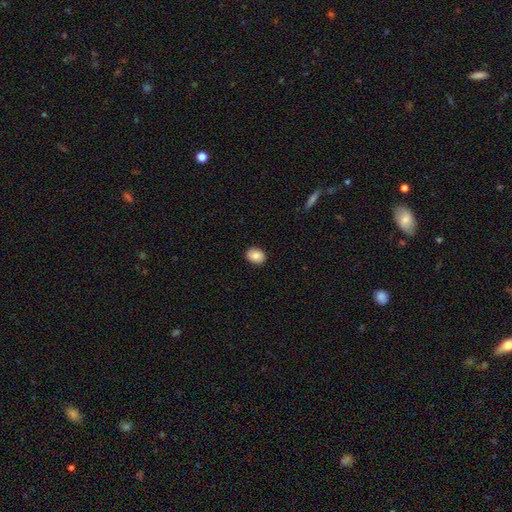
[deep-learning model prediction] Smooth or featured? Predicted: smooth (p=0.86). How rounded? Predicted: in between (p=0.53). Merging? Predicted: none (p=0.89).